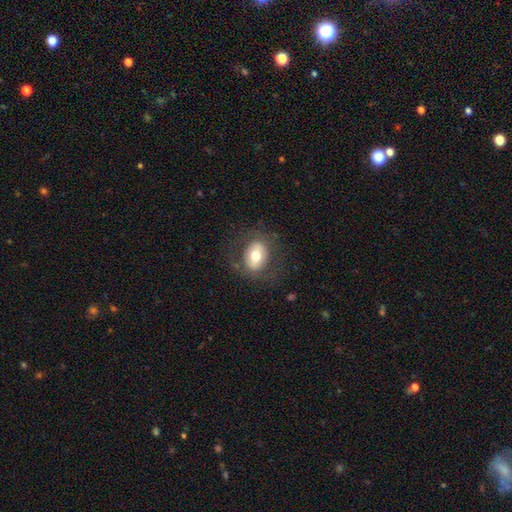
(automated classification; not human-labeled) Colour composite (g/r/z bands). It shows a smooth galaxy with no disk features (62%) that is in between round and cigar-shaped (62%). Merging: none (75%).